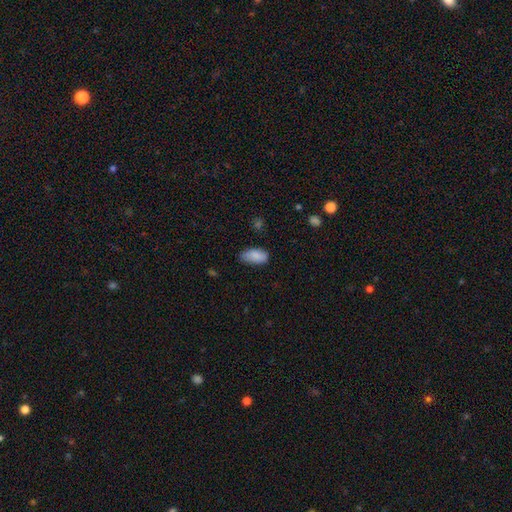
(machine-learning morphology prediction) A smooth galaxy with no disk features (86%) that is in between round and cigar-shaped (93%).

Vote fractions:
- Smooth or featured? smooth: 86% / star or artifact: 7% / featured or disk: 7%
- How rounded? in between: 93% / cigar-shaped: 4% / round: 3%
- Merging? none: 69% / minor disturbance: 25% / major disturbance: 4% / merger: 2%